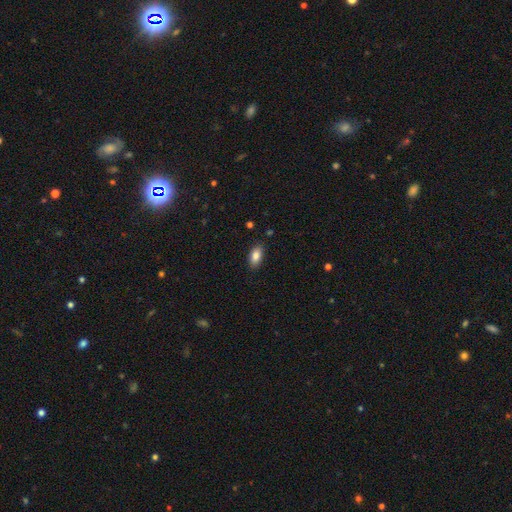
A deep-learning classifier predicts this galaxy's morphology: Smooth or featured? smooth (84%)
How rounded? in between (90%)
Merging? none (86%)